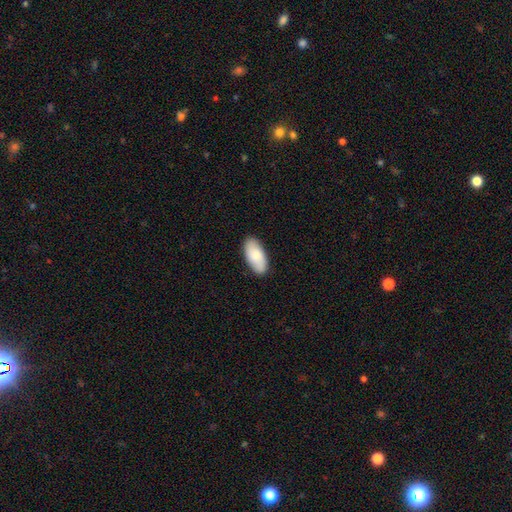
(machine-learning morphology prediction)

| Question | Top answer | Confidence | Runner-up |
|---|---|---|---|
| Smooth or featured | smooth | 81% | featured or disk (13%) |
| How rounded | in between | 93% | cigar-shaped (5%) |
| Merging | none | 87% | minor disturbance (10%) |